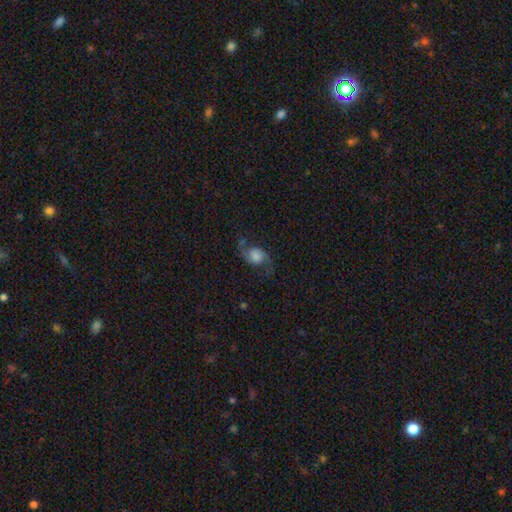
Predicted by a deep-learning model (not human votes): Overall: featured or disk (62%; smooth 27%). Edge-on disk: no (96%). Bar: no (70%). Spiral arms: yes (92%). Spiral arm count: 2 (92%). Spiral winding: loose (77%). Bulge size: large (38%; dominant 19%). Merging: none (65%).